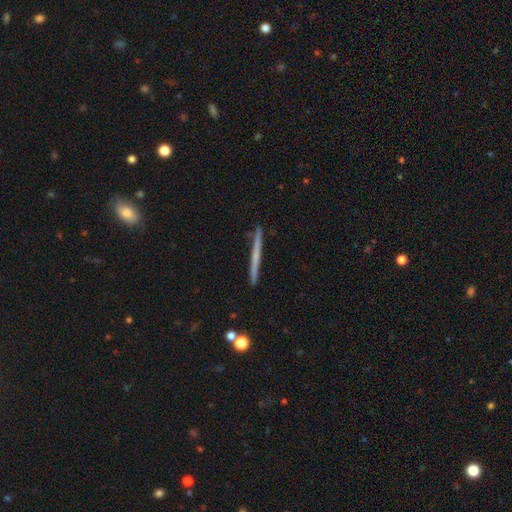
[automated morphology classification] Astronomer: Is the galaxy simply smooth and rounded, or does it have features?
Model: featured or disk — 54% (runner-up: smooth, 40%).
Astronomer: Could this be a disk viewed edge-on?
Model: yes — 98%.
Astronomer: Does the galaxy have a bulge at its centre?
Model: none — 80%.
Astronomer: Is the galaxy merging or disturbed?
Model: none — 92%.